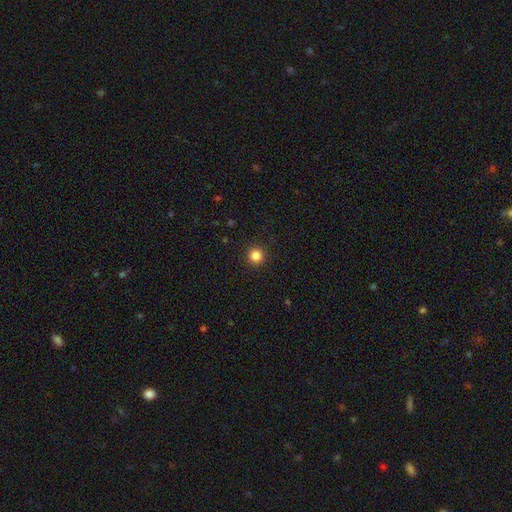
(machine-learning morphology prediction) A smooth galaxy with no disk features (84%) that is round (96%).

Vote fractions:
- Smooth or featured? smooth: 84% / star or artifact: 12% / featured or disk: 4%
- How rounded? round: 96% / in between: 3% / cigar-shaped: 1%
- Merging? none: 93% / minor disturbance: 4% / major disturbance: 2% / merger: 1%